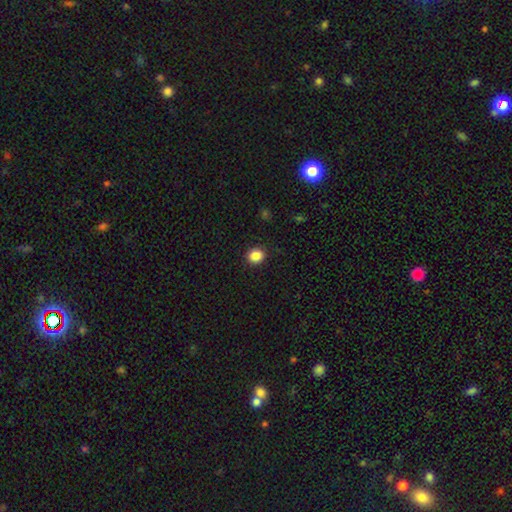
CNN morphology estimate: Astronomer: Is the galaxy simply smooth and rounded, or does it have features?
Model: smooth — 86%.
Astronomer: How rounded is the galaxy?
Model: round — 75%.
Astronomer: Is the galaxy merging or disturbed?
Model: none — 90%.